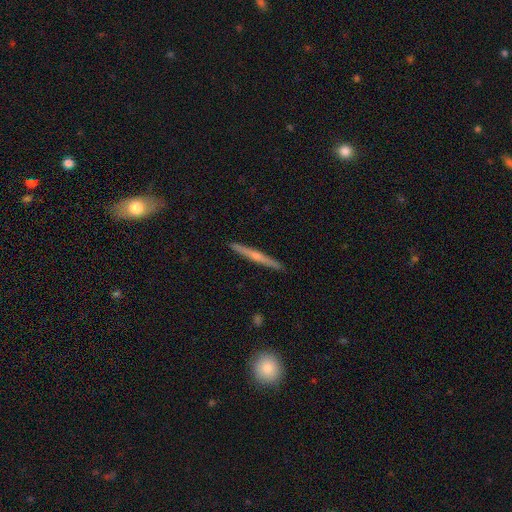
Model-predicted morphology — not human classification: Smooth or featured: featured or disk — 64% (smooth — 30%)
Edge-on disk: yes — 98% (no — 2%)
Edge-on bulge: rounded — 69% (none — 26%)
Merging: none — 92% (minor disturbance — 6%)